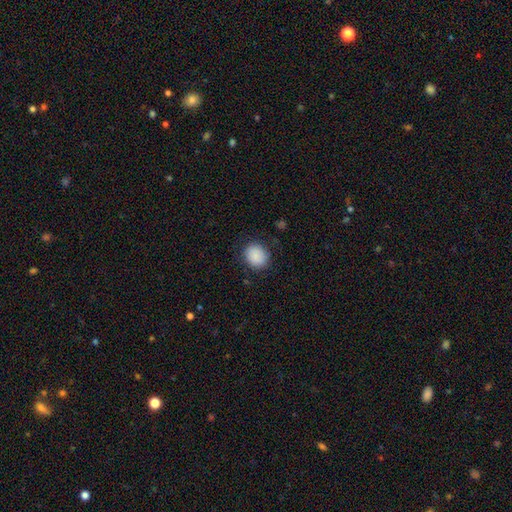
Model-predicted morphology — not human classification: This appears to be a smooth galaxy with no disk features (89%) that is round (71%). Merging: none (84%).